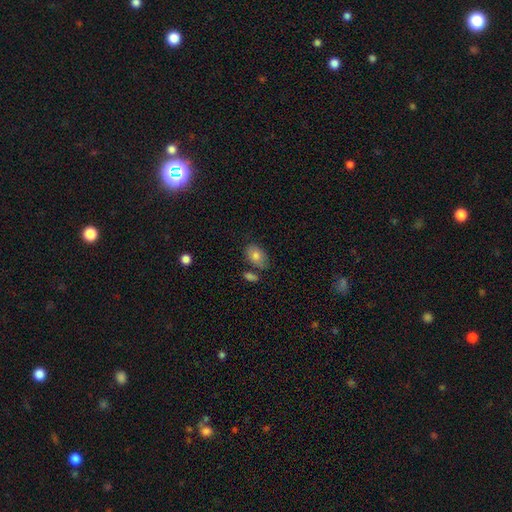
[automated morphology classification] Smooth or featured? Predicted: smooth (p=0.79). How rounded? Predicted: in between (p=0.84). Merging? Predicted: none (p=0.69).